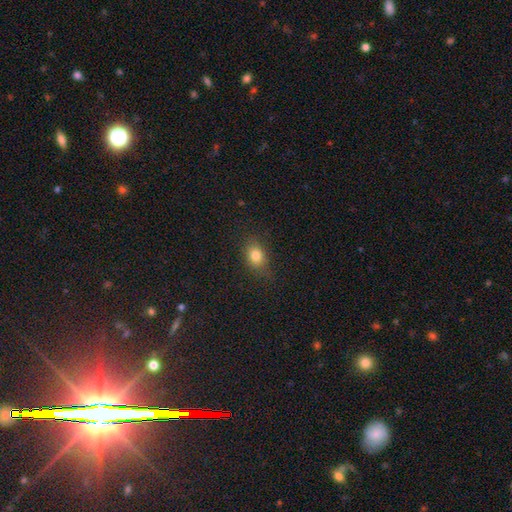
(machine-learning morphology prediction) Smooth or featured: smooth — 80% (star or artifact — 11%)
How rounded: in between — 62% (round — 36%)
Merging: none — 80% (minor disturbance — 15%)